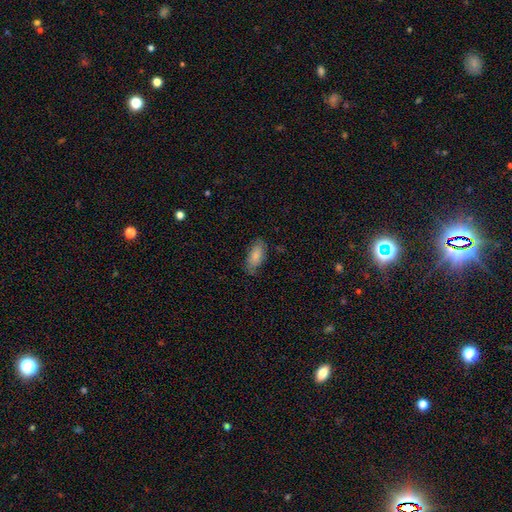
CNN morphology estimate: Smooth or featured? smooth (83%)
How rounded? in between (87%)
Merging? none (74%)